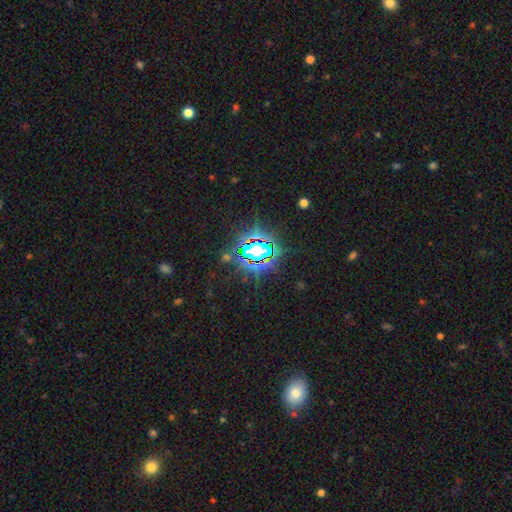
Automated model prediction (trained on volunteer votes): Overall: star or artifact (76%).